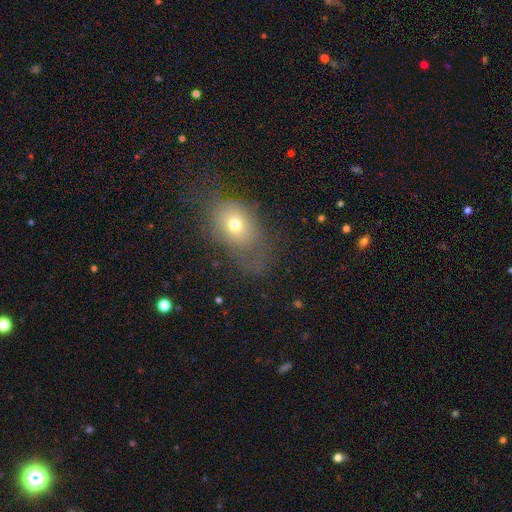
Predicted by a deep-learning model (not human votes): smooth-or-featured: smooth: 60% | featured or disk: 22% | star or artifact: 18%
  how-rounded: in between: 66% | round: 31% | cigar-shaped: 3%
  merging: none: 53% | minor disturbance: 25% | major disturbance: 19% | merger: 2%